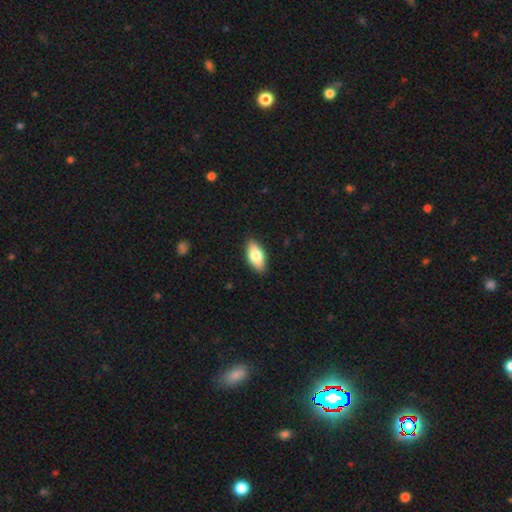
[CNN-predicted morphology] A smooth galaxy with no disk features (77%) that is in between round and cigar-shaped (89%). Merging: none (88%).